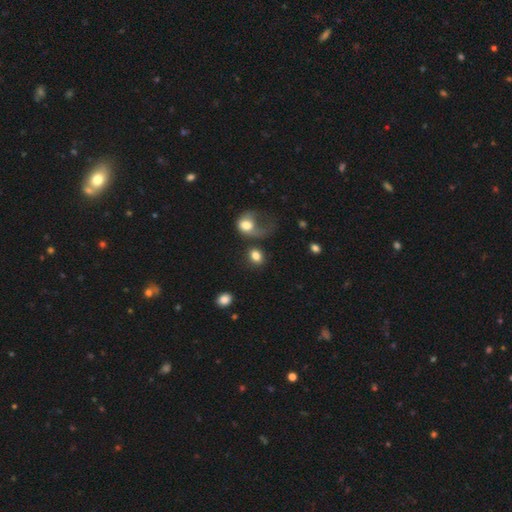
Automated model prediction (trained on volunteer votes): smooth_or_featured: smooth (p=0.80) [alt: featured or disk p=0.11]
how_rounded: in between (p=0.56) [alt: round p=0.42]
merging: none (p=0.45) [alt: major disturbance p=0.24]